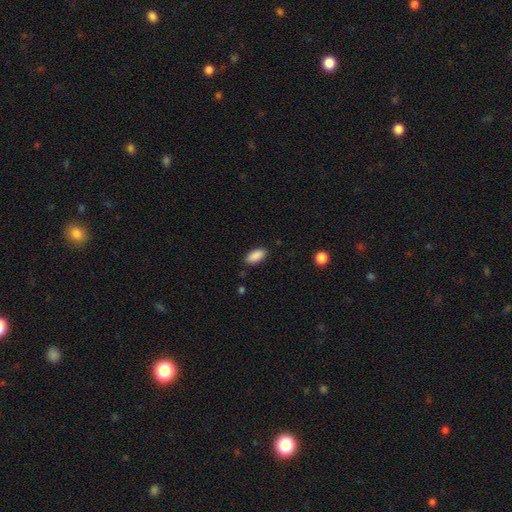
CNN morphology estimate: Smooth or featured? smooth (90%)
How rounded? in between (92%)
Merging? none (86%)